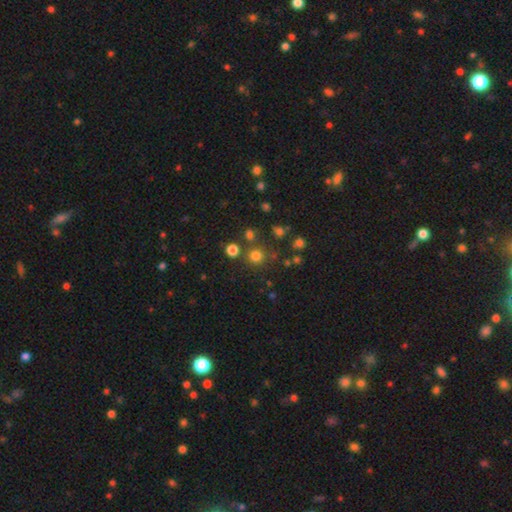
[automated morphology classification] A smooth galaxy with no disk features (75%) that is round (92%).

Vote fractions:
- Smooth or featured? smooth: 75% / star or artifact: 20% / featured or disk: 5%
- How rounded? round: 92% / in between: 7% / cigar-shaped: 1%
- Merging? none: 78% / merger: 10% / minor disturbance: 8% / major disturbance: 3%